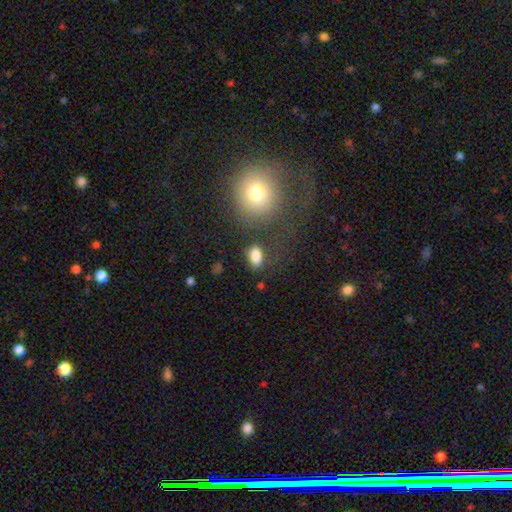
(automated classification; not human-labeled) smooth 85%, star or artifact 9%, featured or disk 6%. Down the decision tree: how rounded — in between (87%); merging — none (76%).